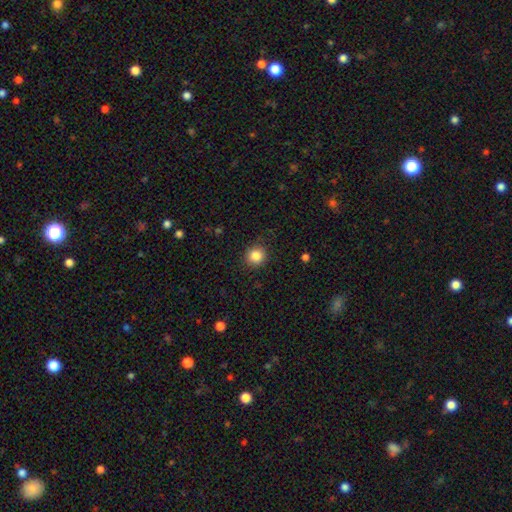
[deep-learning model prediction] Smooth or featured? smooth (85%)
How rounded? round (90%)
Merging? none (89%)